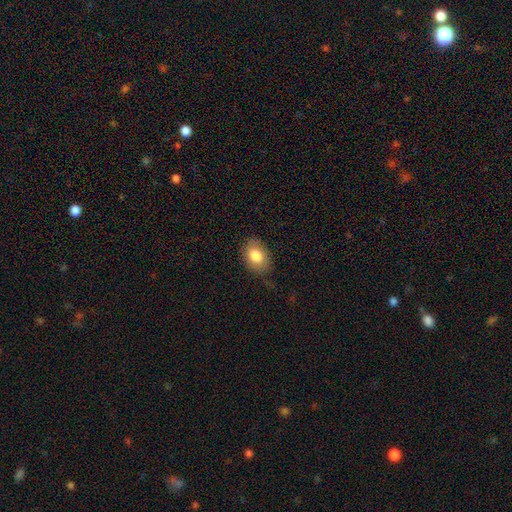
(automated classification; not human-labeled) Morphology: type=smooth (83%); roundness=in between (78%); merging=none (76%).